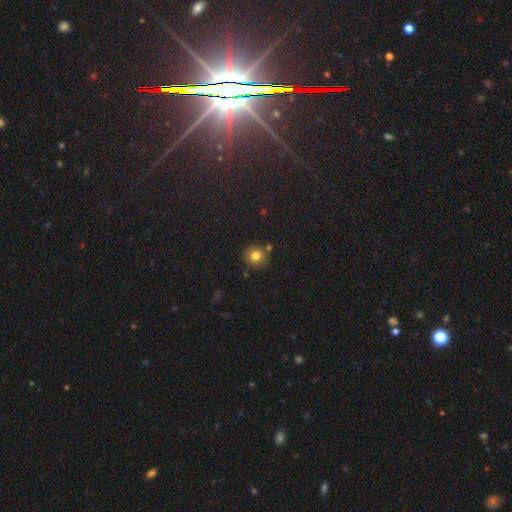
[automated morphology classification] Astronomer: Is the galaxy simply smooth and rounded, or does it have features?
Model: smooth — 79%.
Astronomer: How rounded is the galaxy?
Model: round — 91%.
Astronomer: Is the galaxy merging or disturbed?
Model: none — 80%.